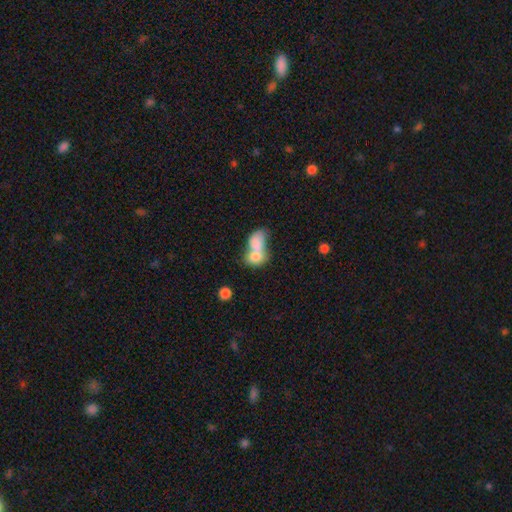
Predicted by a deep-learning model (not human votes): smooth 76%, featured or disk 16%, star or artifact 8%. Down the decision tree: how rounded — in between (74%); merging — merger (78%).